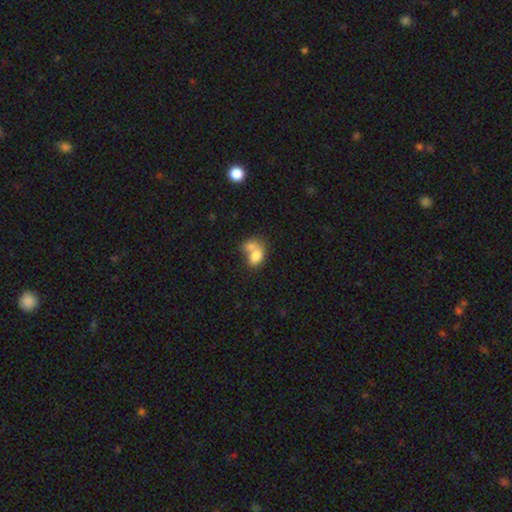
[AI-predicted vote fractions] Smooth or featured: smooth — 75% (featured or disk — 16%)
How rounded: in between — 72% (round — 27%)
Merging: merger — 65% (none — 22%)